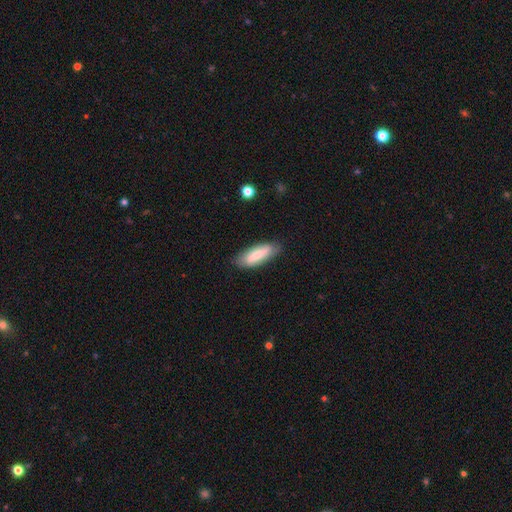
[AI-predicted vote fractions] Q: Smooth or featured?
A: smooth (73%); runner-up: featured or disk (21%)
Q: How rounded?
A: in between (59%); runner-up: cigar-shaped (39%)
Q: Merging?
A: none (80%); runner-up: minor disturbance (16%)